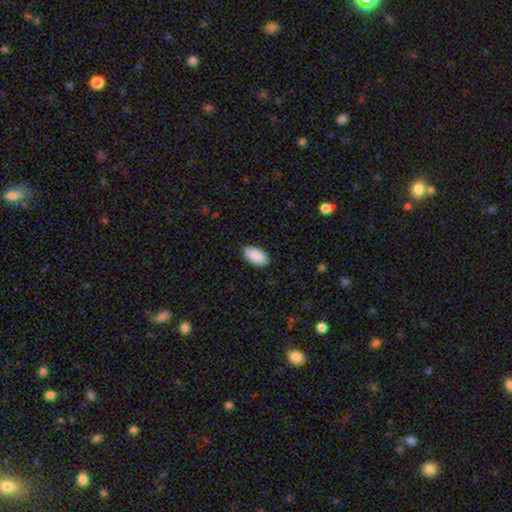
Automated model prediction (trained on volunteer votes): Smooth or featured: smooth — 91% (star or artifact — 6%)
How rounded: in between — 96% (round — 2%)
Merging: none — 88% (minor disturbance — 10%)